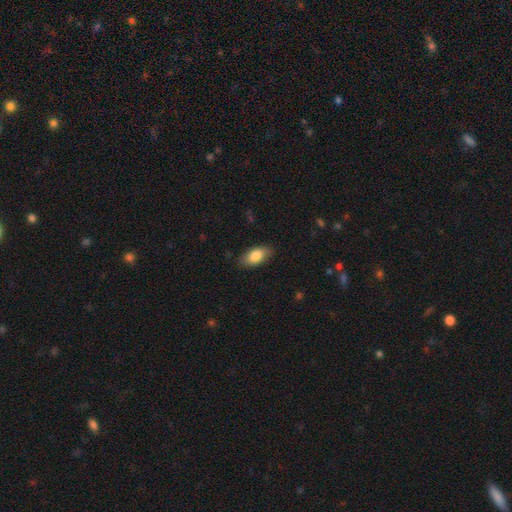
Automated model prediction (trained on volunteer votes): smooth-or-featured: smooth: 83% | featured or disk: 11% | star or artifact: 6%
  how-rounded: in between: 91% | cigar-shaped: 5% | round: 4%
  merging: none: 83% | minor disturbance: 13% | major disturbance: 3% | merger: 1%